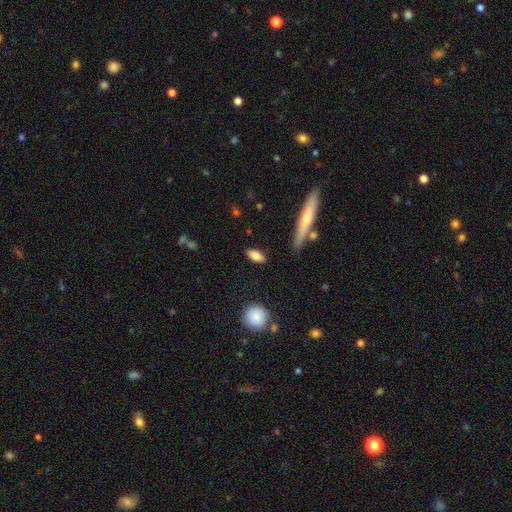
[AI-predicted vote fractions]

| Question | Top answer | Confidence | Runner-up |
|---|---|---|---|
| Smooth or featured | smooth | 77% | featured or disk (15%) |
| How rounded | in between | 78% | cigar-shaped (17%) |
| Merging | none | 84% | minor disturbance (11%) |